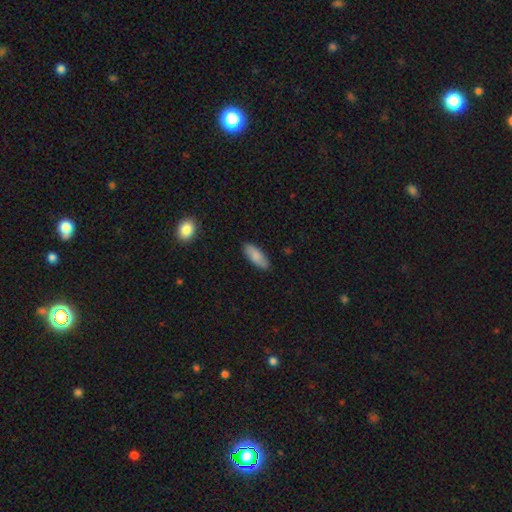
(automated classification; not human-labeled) This appears to be a smooth galaxy with no disk features (85%) that is in between round and cigar-shaped (75%). Merging: none (87%).